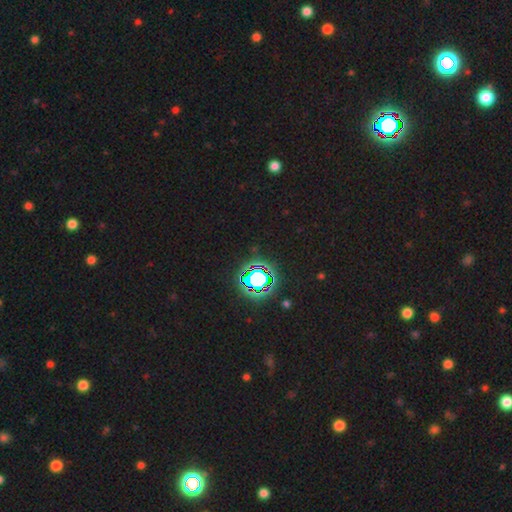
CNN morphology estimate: This is clearly a star or artifact rather than a galaxy (81%).